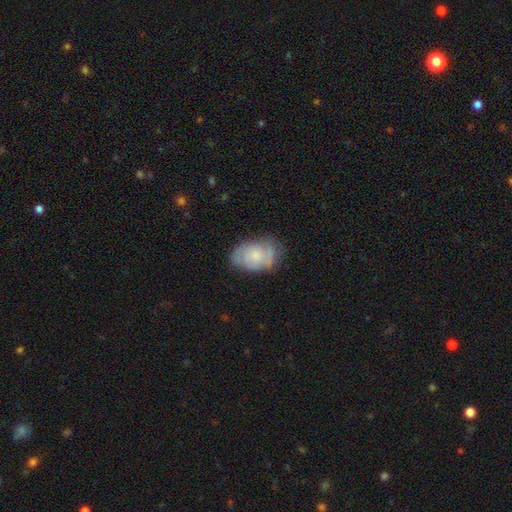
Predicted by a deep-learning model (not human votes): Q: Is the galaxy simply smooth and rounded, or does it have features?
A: smooth — 51%.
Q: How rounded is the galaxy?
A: in between — 86%.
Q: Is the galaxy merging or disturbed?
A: none — 58%.